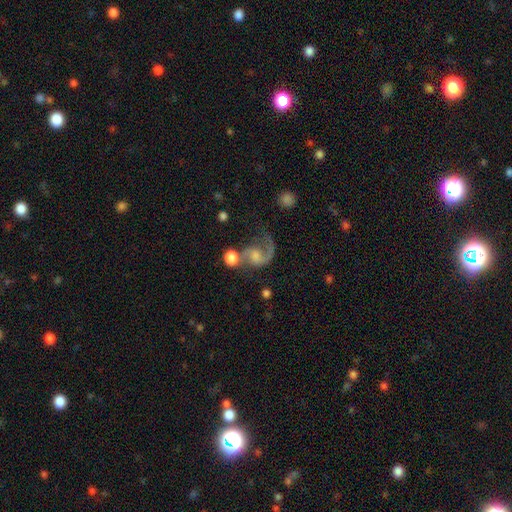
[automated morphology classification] type=featured or disk (75%); edge-on=no (98%); bar=no (54%); spiral arms=yes (93%); winding=loose (54%); arm count=2 (60%); bulge=moderate (38%); merging=none (36%).